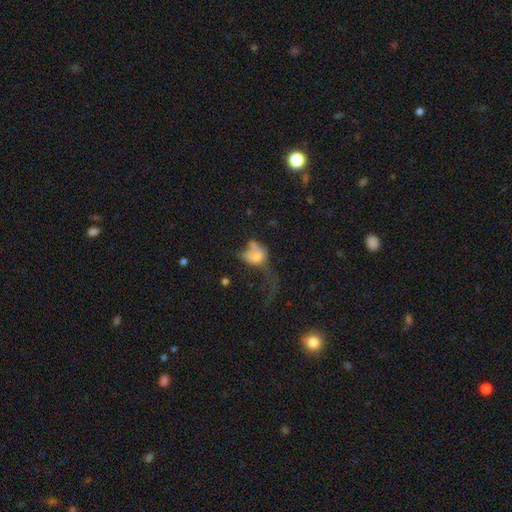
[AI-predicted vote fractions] This is possibly a smooth galaxy (56%). How rounded: likely in between (63%). Merging: possibly major disturbance (53%).